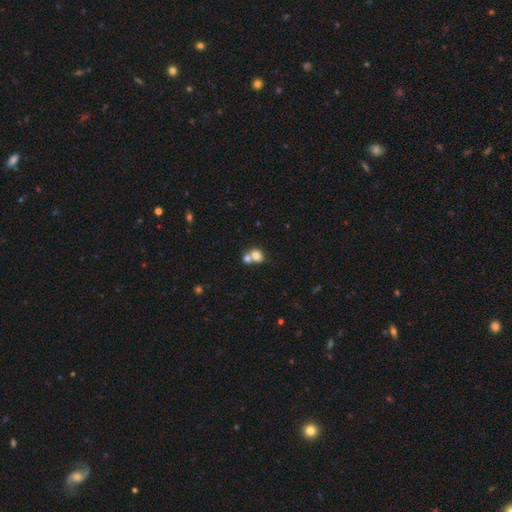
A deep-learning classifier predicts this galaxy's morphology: A smooth galaxy with no disk features (76%) that is round (56%).

Vote fractions:
- Smooth or featured? smooth: 76% / featured or disk: 13% / star or artifact: 10%
- How rounded? round: 56% / in between: 43% / cigar-shaped: 1%
- Merging? merger: 58% / none: 32% / minor disturbance: 7% / major disturbance: 3%